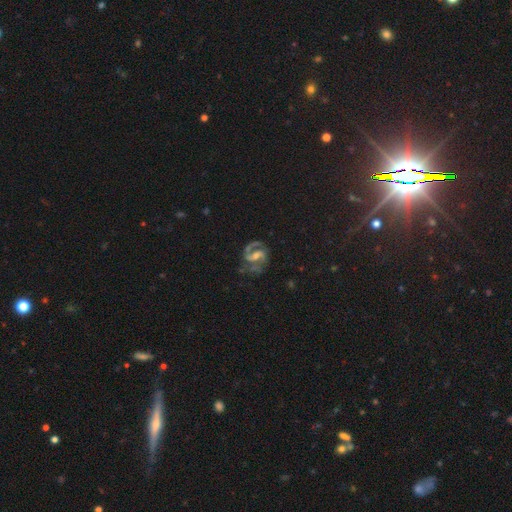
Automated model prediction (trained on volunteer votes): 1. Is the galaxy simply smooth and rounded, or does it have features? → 87% featured or disk, 7% smooth, 6% star or artifact.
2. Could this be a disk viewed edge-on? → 98% no, 2% yes.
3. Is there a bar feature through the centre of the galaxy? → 50% weak, 28% strong, 22% no.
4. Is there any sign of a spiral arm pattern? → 96% yes, 4% no.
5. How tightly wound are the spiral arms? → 60% medium, 21% loose, 19% tight.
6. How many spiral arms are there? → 88% 2, 4% 1, 4% can't tell, 2% 3, 1% 4, 1% more than 4.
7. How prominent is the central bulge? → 42% moderate, 41% small, 10% none, 6% large, 1% dominant.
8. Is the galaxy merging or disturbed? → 63% none, 19% minor disturbance, 15% major disturbance, 3% merger.